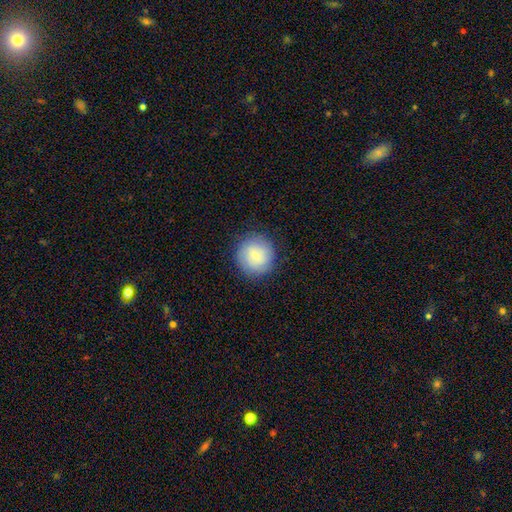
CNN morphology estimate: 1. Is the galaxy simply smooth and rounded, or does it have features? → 80% smooth, 13% featured or disk, 7% star or artifact.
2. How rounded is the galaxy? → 94% round, 5% in between, 1% cigar-shaped.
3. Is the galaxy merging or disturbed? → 87% none, 9% minor disturbance, 3% major disturbance, 1% merger.